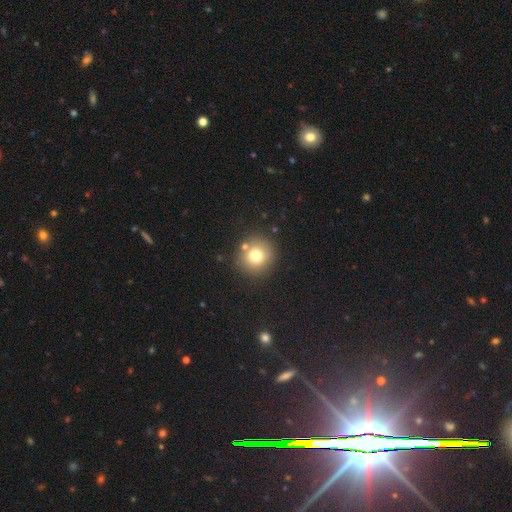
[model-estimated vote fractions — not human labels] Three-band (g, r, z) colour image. It shows a smooth galaxy with no disk features (75%) that is round (91%). Merging: none (81%).